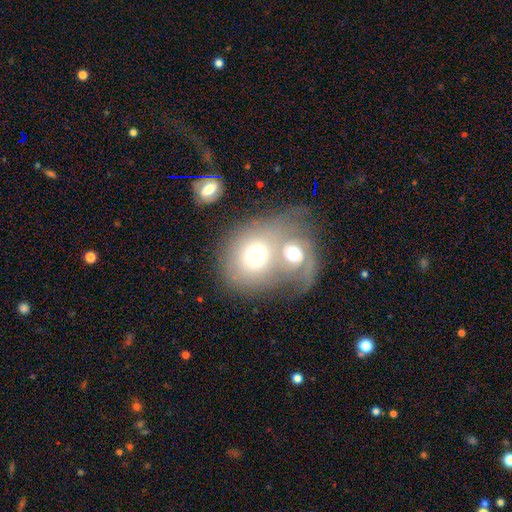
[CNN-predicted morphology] Smooth or featured? Predicted: smooth (p=0.55). How rounded? Predicted: round (p=0.64). Merging? Predicted: merger (p=0.67).